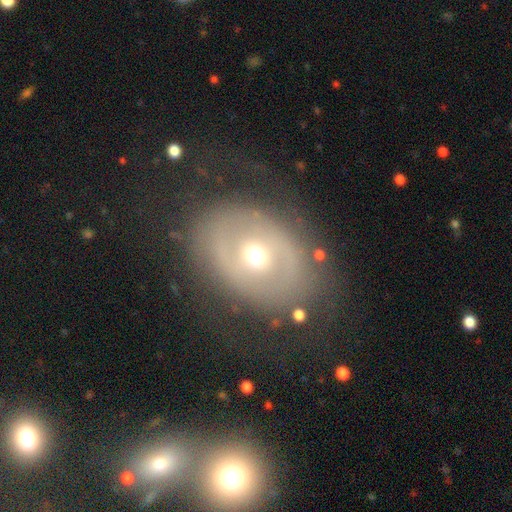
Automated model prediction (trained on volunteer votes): smooth-or-featured: featured or disk: 59% | smooth: 31% | star or artifact: 9%
  disk-edge-on: no: 94% | yes: 6%
    bar: no: 64% | weak: 25% | strong: 11%
    has-spiral-arms: no: 66% | yes: 34%
    bulge-size: moderate: 62% | small: 31% | large: 5% | dominant: 1% | none: 1%
  merging: none: 70% | minor disturbance: 15% | major disturbance: 12% | merger: 2%